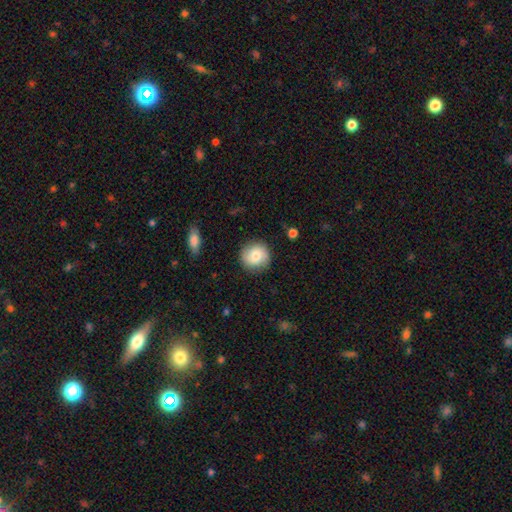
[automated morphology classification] A smooth galaxy with no disk features (76%) that is round (89%). Merging: none (87%).